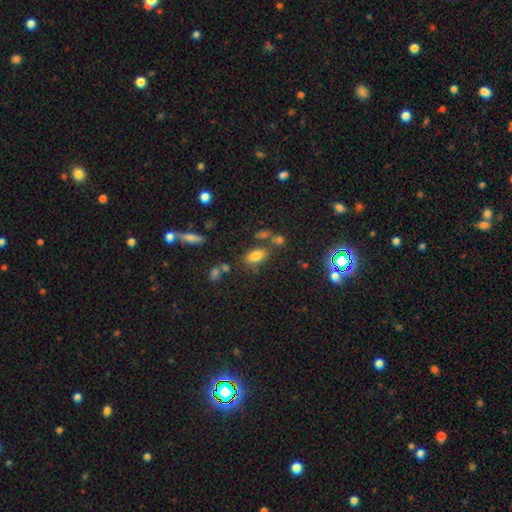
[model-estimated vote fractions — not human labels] Smooth or featured: smooth — 78% (star or artifact — 12%)
How rounded: in between — 88% (round — 9%)
Merging: none — 65% (minor disturbance — 15%)